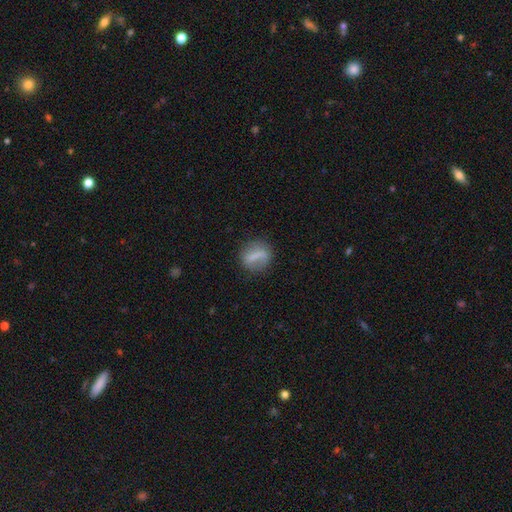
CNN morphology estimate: Q: Smooth or featured?
A: smooth (57%); runner-up: featured or disk (33%)
Q: How rounded?
A: round (53%); runner-up: in between (34%)
Q: Merging?
A: none (74%); runner-up: minor disturbance (15%)